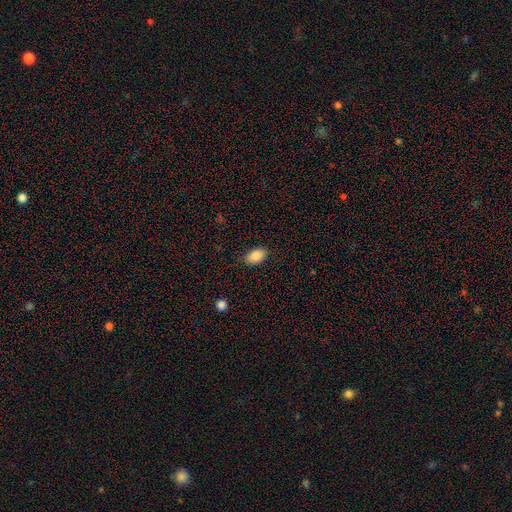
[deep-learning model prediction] Smooth or featured: smooth — 87% (star or artifact — 7%)
How rounded: in between — 91% (round — 8%)
Merging: none — 86% (minor disturbance — 11%)